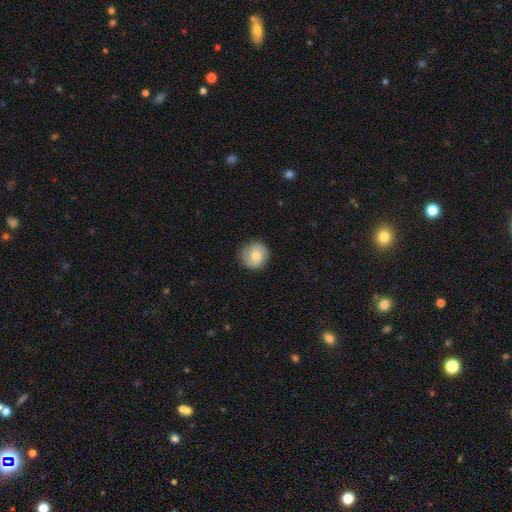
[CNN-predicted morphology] Smooth or featured?
  - smooth: 64% *
  - featured or disk: 28%
  - star or artifact: 7%
How rounded?
  - round: 90% *
  - in between: 9%
  - cigar-shaped: 1%
Merging?
  - none: 83% *
  - minor disturbance: 13%
  - major disturbance: 3%
  - merger: 1%